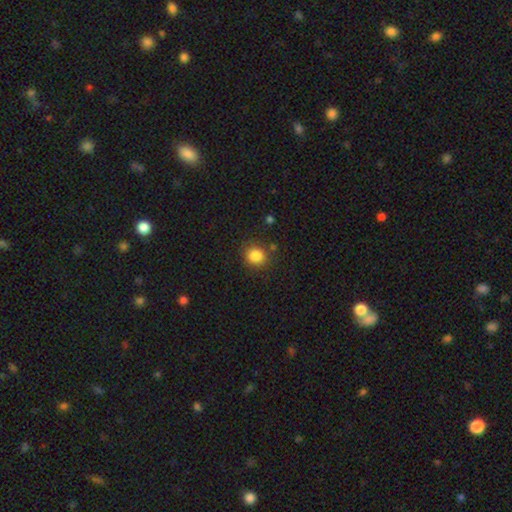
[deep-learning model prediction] Overall: smooth (85%). How rounded: round (74%). Merging: none (81%).